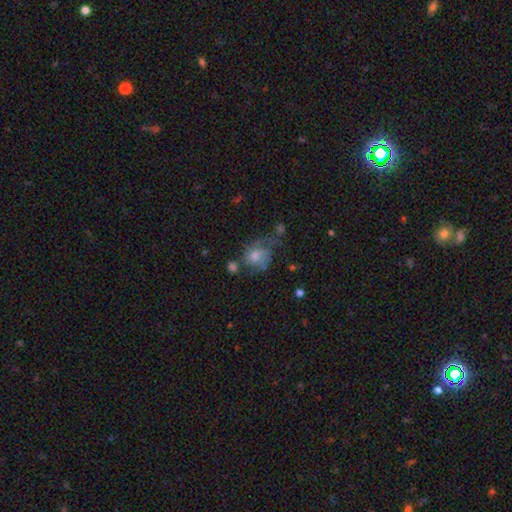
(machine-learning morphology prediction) Overall: smooth (47%; featured or disk 38%). Merging: none (35%; major disturbance 28%).